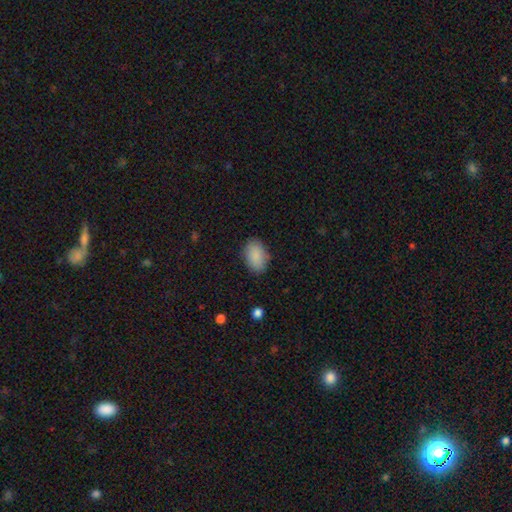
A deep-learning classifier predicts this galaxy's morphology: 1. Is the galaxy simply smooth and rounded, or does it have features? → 89% smooth, 7% star or artifact, 4% featured or disk.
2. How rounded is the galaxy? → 90% in between, 9% round, 1% cigar-shaped.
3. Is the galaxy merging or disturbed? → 84% none, 12% minor disturbance, 3% major disturbance, 1% merger.